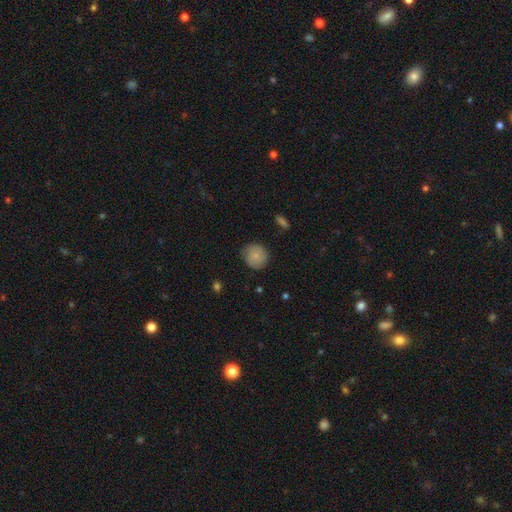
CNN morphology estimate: Smooth or featured? Predicted: smooth (p=0.77). How rounded? Predicted: round (p=0.87). Merging? Predicted: none (p=0.79).